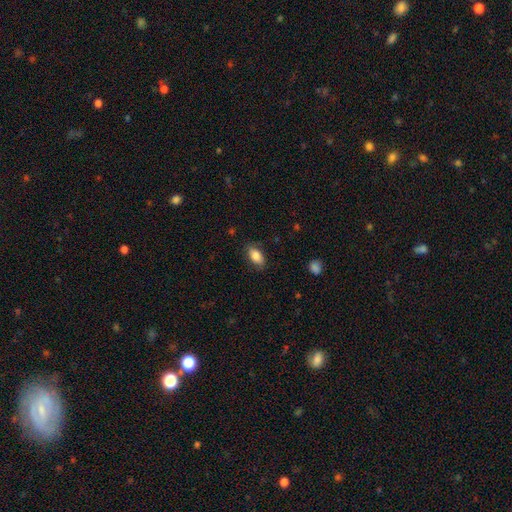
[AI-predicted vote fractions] This appears to be a smooth galaxy with no disk features (84%) that is in between round and cigar-shaped (91%). Merging: none (81%).